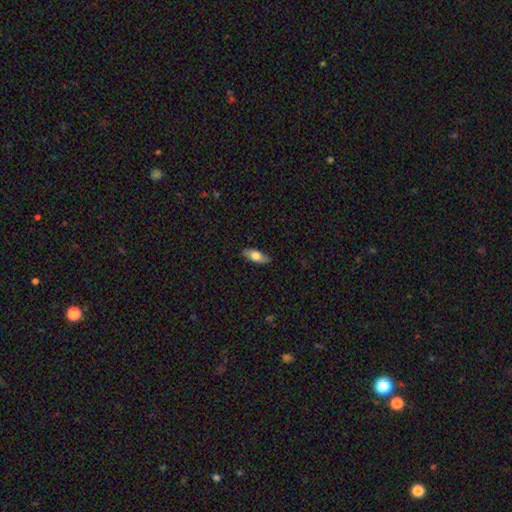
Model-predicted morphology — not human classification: Overall: smooth (69%). How rounded: in between (74%). Merging: none (85%).